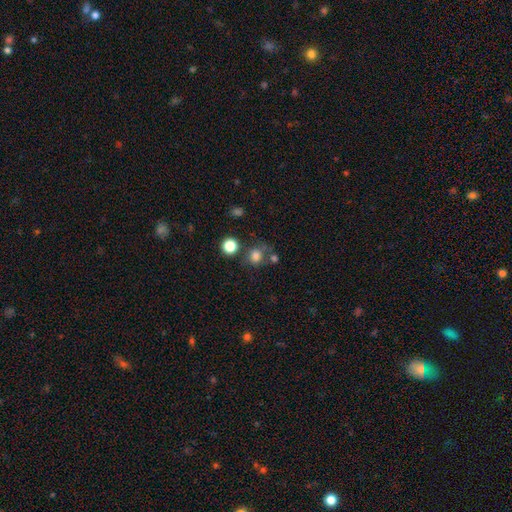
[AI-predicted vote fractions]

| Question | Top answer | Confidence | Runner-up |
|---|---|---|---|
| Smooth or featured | smooth | 76% | star or artifact (14%) |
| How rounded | round | 79% | in between (20%) |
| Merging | none | 58% | minor disturbance (16%) |